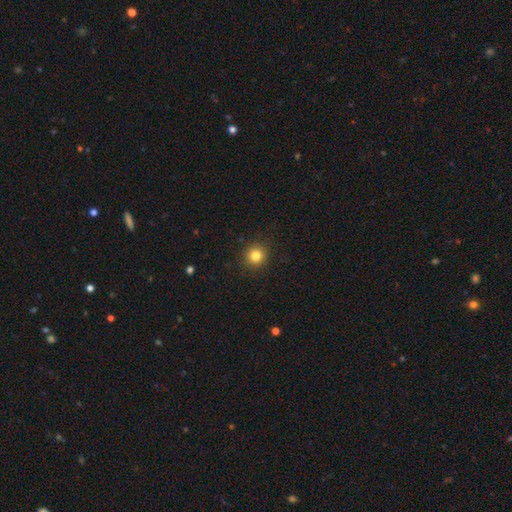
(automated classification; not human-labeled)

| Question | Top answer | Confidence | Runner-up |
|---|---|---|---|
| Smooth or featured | smooth | 83% | star or artifact (12%) |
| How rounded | round | 92% | in between (7%) |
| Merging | none | 91% | minor disturbance (6%) |